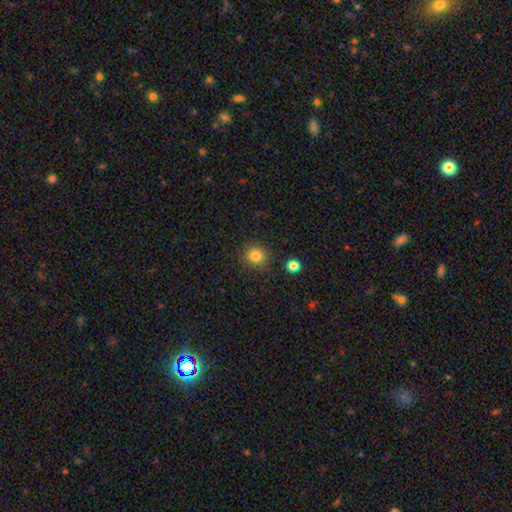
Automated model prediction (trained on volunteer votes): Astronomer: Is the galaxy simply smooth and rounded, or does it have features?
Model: smooth — 82%.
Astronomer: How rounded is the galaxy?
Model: round — 90%.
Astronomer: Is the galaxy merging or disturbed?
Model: none — 88%.